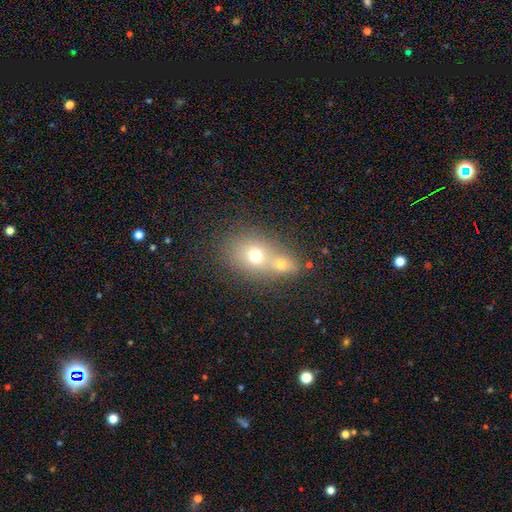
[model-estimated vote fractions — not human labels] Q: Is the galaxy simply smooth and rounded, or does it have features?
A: smooth — 66%.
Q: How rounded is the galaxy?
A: round — 57%.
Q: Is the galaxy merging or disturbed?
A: merger — 62%.